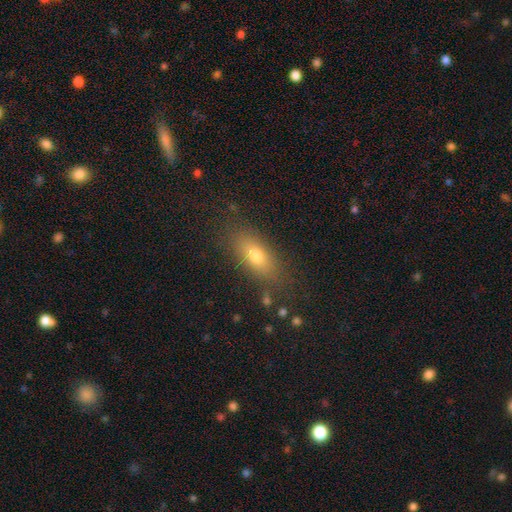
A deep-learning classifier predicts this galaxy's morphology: smooth_or_featured: smooth (p=0.73) [alt: featured or disk p=0.17]
how_rounded: in between (p=0.76) [alt: cigar-shaped p=0.18]
merging: none (p=0.81) [alt: minor disturbance p=0.13]